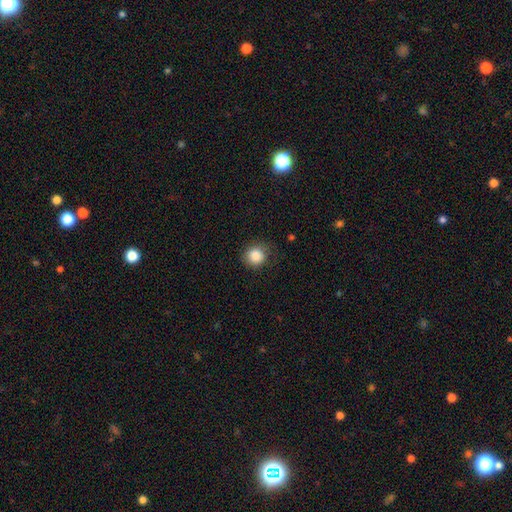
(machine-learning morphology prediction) A smooth galaxy with no disk features (86%) that is round (85%). Merging: none (79%).